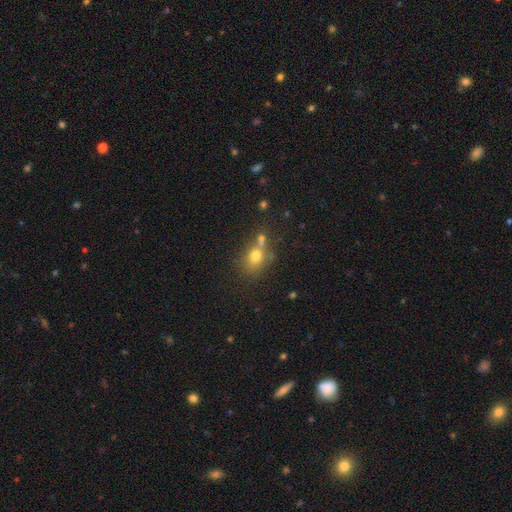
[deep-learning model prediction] smooth 71%, featured or disk 15%, star or artifact 14%. Down the decision tree: how rounded — round (55%); merging — none (48%).